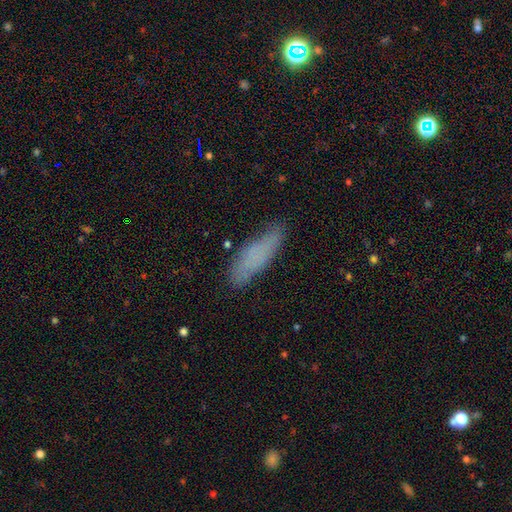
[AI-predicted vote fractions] Overall: smooth (74%). How rounded: cigar-shaped (58%; in between 41%). Merging: none (77%).